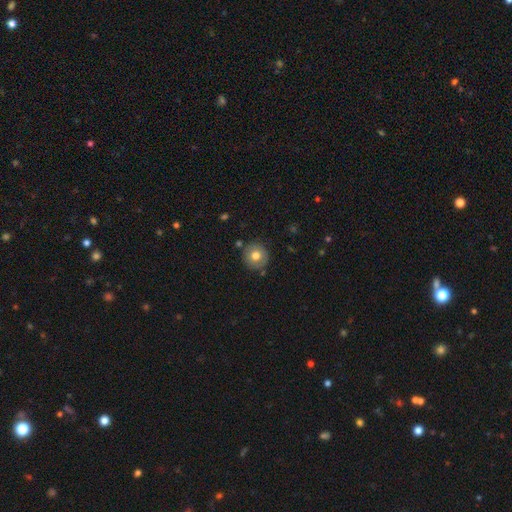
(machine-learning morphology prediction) This is likely a smooth galaxy (74%). How rounded: clearly round (93%). Merging: clearly none (85%).